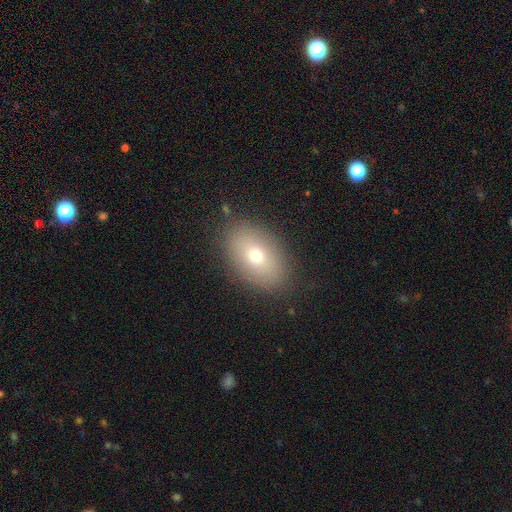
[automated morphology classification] Overall: smooth (72%). How rounded: in between (87%). Merging: none (87%).